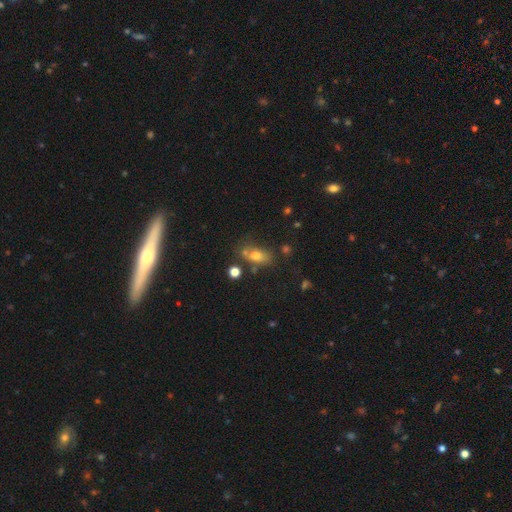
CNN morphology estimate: A smooth galaxy with no disk features (68%) that is in between round and cigar-shaped (72%).

Vote fractions:
- Smooth or featured? smooth: 68% / featured or disk: 16% / star or artifact: 16%
- How rounded? in between: 72% / round: 19% / cigar-shaped: 9%
- Merging? none: 57% / merger: 18% / minor disturbance: 17% / major disturbance: 7%